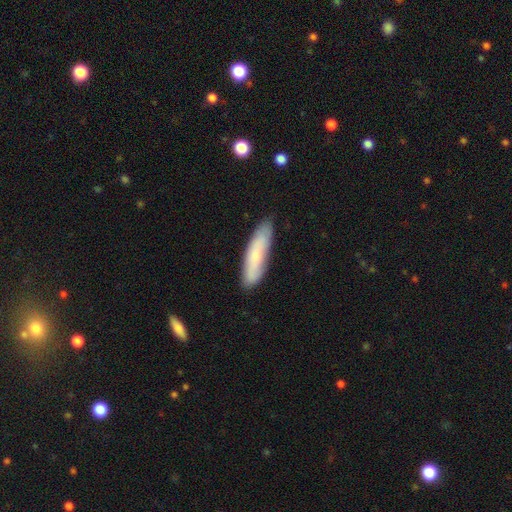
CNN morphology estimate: type=smooth (64%); roundness=cigar-shaped (69%); merging=none (80%).